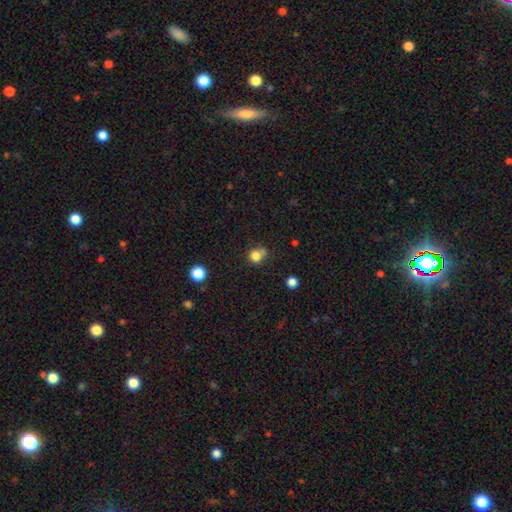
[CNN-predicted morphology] Smooth or featured?
  - smooth: 79% *
  - star or artifact: 13%
  - featured or disk: 8%
How rounded?
  - round: 82% *
  - in between: 17%
  - cigar-shaped: 1%
Merging?
  - none: 54% *
  - merger: 24%
  - minor disturbance: 17%
  - major disturbance: 6%